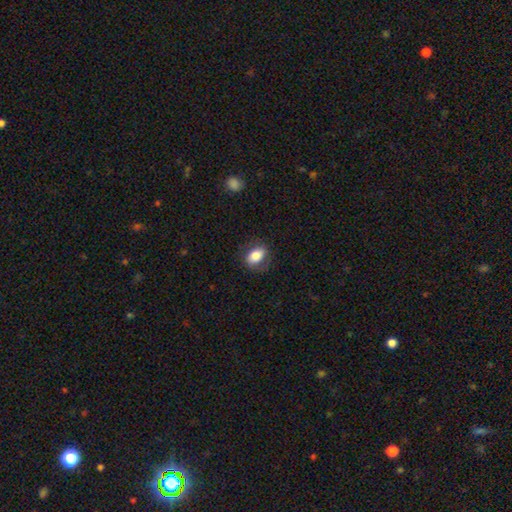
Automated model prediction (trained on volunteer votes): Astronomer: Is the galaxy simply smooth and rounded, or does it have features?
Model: smooth — 78%.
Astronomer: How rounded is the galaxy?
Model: in between — 82%.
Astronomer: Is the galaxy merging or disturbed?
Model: none — 77%.